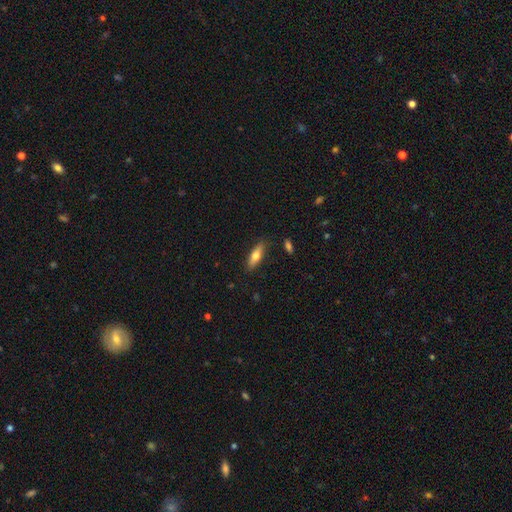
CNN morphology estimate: A smooth galaxy with no disk features (68%) that is in between round and cigar-shaped (54%). Merging: none (85%).